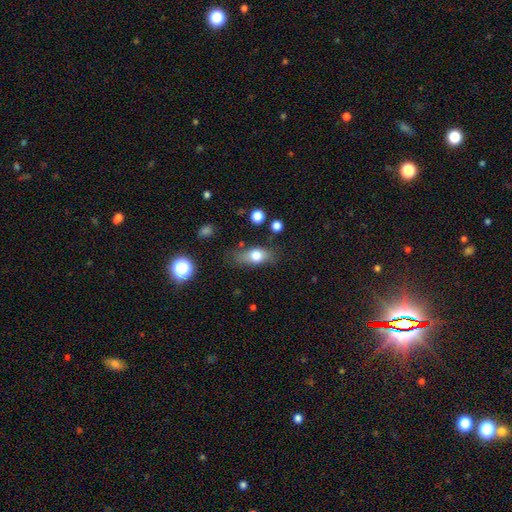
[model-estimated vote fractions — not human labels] smooth-or-featured: smooth: 73% | featured or disk: 18% | star or artifact: 9%
  how-rounded: in between: 77% | cigar-shaped: 12% | round: 11%
  merging: none: 67% | minor disturbance: 22% | major disturbance: 7% | merger: 4%